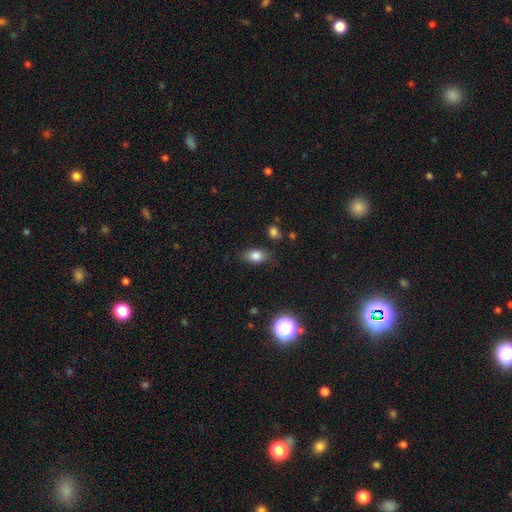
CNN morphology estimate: Smooth or featured?
  - smooth: 81% *
  - star or artifact: 10%
  - featured or disk: 8%
How rounded?
  - in between: 83% *
  - round: 14%
  - cigar-shaped: 3%
Merging?
  - none: 78% *
  - minor disturbance: 17%
  - major disturbance: 4%
  - merger: 2%